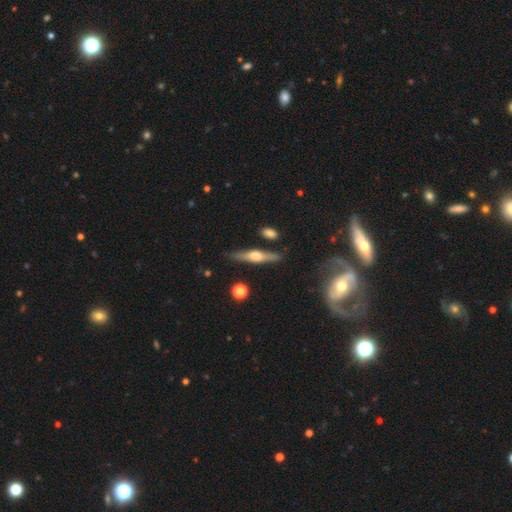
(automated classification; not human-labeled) The model was most divided on "smooth or featured": featured or disk: 64%, smooth: 30%, star or artifact: 7%. More confident: edge-on disk — yes (96%); edge-on bulge — rounded (87%); merging — none (83%).